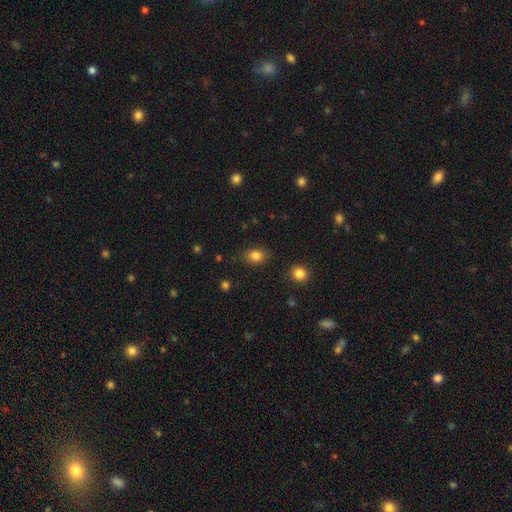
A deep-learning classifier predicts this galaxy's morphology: The model was most divided on "how rounded": in between: 62%, round: 37%, cigar-shaped: 1%. More confident: smooth or featured — smooth (83%); merging — none (82%).